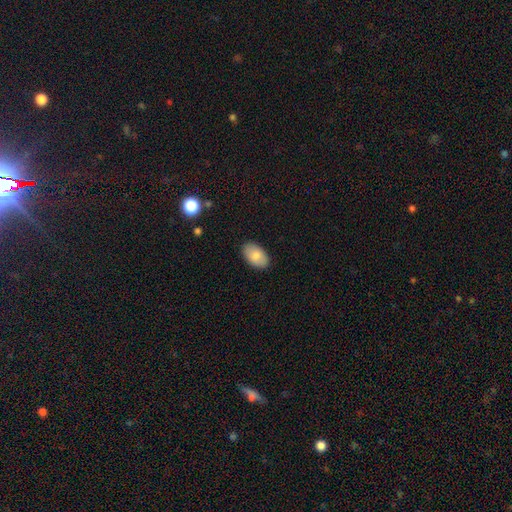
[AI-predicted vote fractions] A smooth galaxy with no disk features (82%) that is in between round and cigar-shaped (93%).

Vote fractions:
- Smooth or featured? smooth: 82% / featured or disk: 11% / star or artifact: 6%
- How rounded? in between: 93% / round: 5% / cigar-shaped: 1%
- Merging? none: 88% / minor disturbance: 9% / major disturbance: 2% / merger: 1%